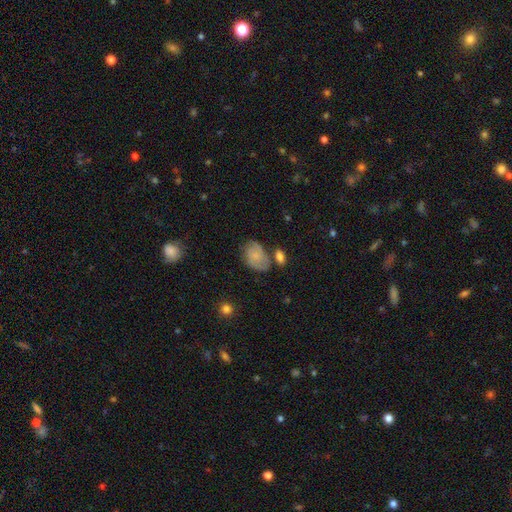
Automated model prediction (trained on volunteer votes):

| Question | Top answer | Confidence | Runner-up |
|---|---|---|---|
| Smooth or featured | smooth | 49% | featured or disk (43%) |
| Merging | none | 54% | minor disturbance (25%) |